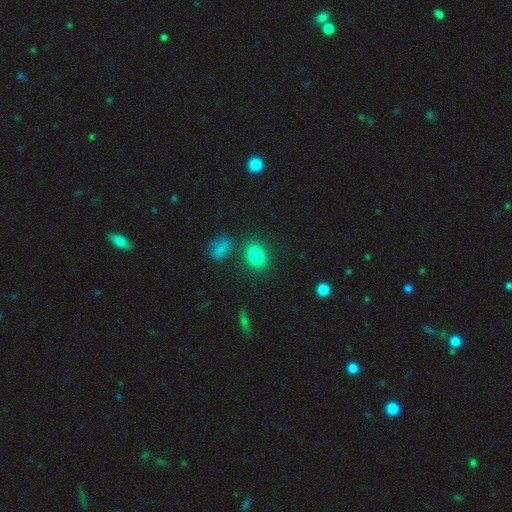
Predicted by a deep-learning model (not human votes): Smooth or featured: smooth — 83% (star or artifact — 10%)
How rounded: in between — 65% (round — 34%)
Merging: none — 75% (minor disturbance — 11%)